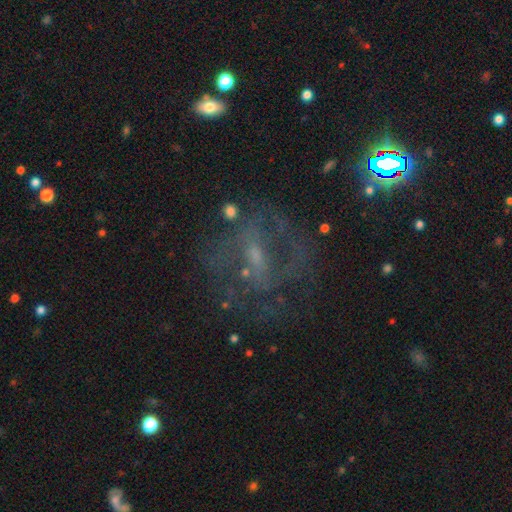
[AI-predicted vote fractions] Smooth or featured: featured or disk — 64% (star or artifact — 20%)
Edge-on disk: no — 95% (yes — 5%)
Bar: weak — 43% (no — 36%)
Spiral arms: yes — 54% (no — 46%)
Bulge size: small — 52% (moderate — 25%)
Merging: none — 59% (major disturbance — 21%)